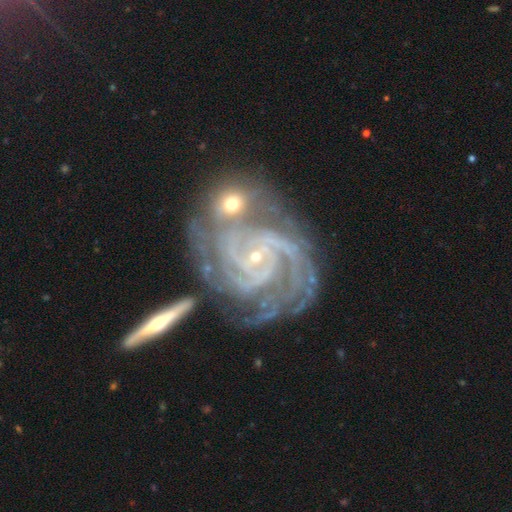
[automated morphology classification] Q: Smooth or featured?
A: featured or disk (92%); runner-up: star or artifact (5%)
Q: Edge-on disk?
A: no (97%); runner-up: yes (3%)
Q: Bar?
A: no (50%); runner-up: weak (31%)
Q: Spiral arms?
A: yes (99%); runner-up: no (1%)
Q: Spiral winding?
A: tight (69%); runner-up: medium (27%)
Q: Spiral arm count?
A: 3 (29%); runner-up: 4 (24%)
Q: Bulge size?
A: small (86%); runner-up: moderate (10%)
Q: Merging?
A: none (44%); runner-up: merger (29%)